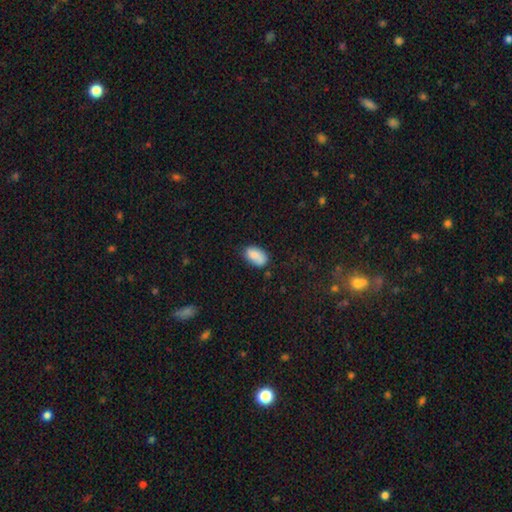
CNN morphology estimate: smooth-or-featured: smooth: 82% | featured or disk: 10% | star or artifact: 7%
  how-rounded: in between: 91% | round: 7% | cigar-shaped: 2%
  merging: none: 66% | minor disturbance: 24% | major disturbance: 6% | merger: 4%